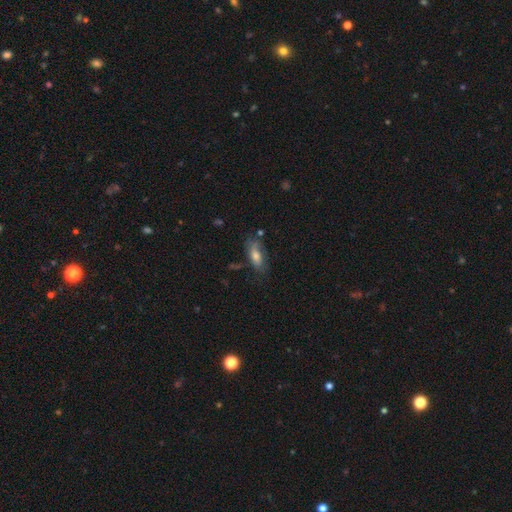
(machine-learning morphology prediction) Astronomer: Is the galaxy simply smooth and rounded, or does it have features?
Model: smooth — 61%.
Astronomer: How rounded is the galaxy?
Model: in between — 76%.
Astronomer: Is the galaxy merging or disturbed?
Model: none — 63%.